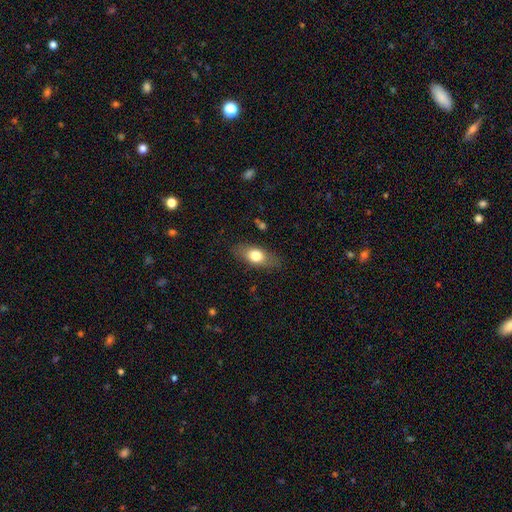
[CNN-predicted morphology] A smooth galaxy with no disk features (72%) that is in between round and cigar-shaped (80%). Merging: none (81%).